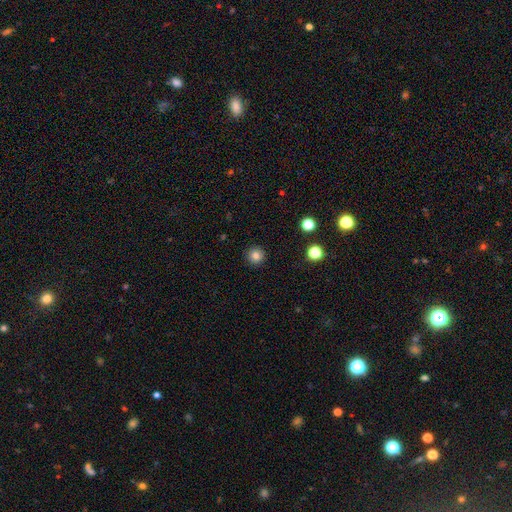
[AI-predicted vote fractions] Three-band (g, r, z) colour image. It shows a smooth galaxy with no disk features (82%) that is round (96%). Merging: none (92%).